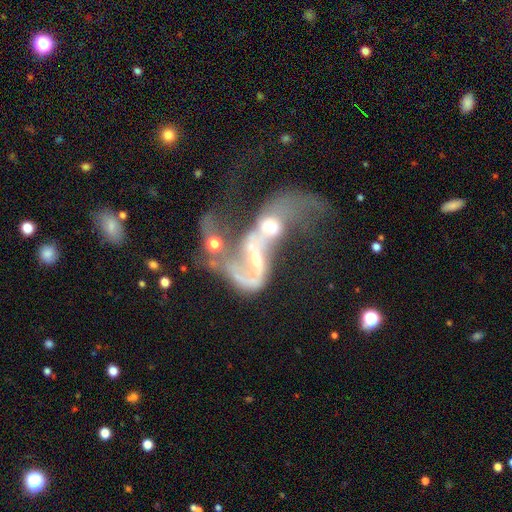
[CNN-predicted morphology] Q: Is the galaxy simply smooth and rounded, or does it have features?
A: featured or disk — 79%.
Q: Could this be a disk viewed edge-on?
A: no — 95%.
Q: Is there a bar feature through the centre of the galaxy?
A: no — 51%.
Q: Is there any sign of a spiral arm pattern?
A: yes — 74%.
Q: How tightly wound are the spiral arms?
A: loose — 71%.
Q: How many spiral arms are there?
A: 2 — 59%.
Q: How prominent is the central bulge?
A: moderate — 49%.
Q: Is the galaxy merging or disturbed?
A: merger — 79%.